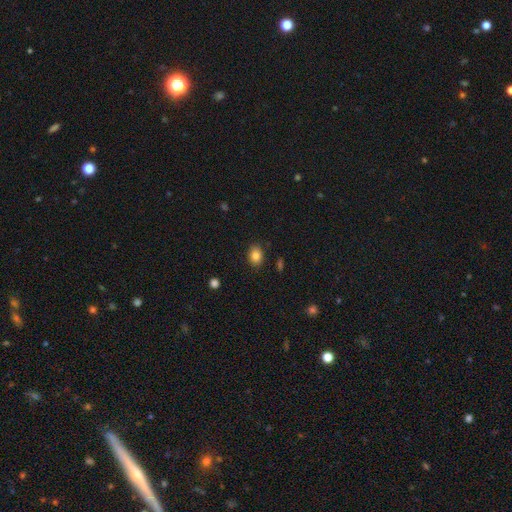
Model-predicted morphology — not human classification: Smooth or featured?
  - smooth: 84% *
  - star or artifact: 10%
  - featured or disk: 6%
How rounded?
  - in between: 62% *
  - round: 37%
  - cigar-shaped: 1%
Merging?
  - none: 88% *
  - minor disturbance: 9%
  - major disturbance: 2%
  - merger: 1%